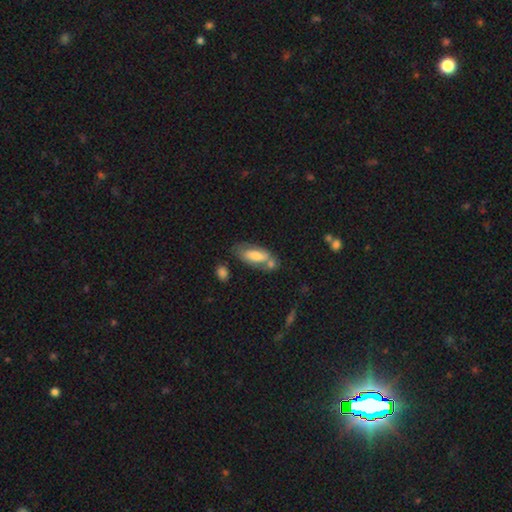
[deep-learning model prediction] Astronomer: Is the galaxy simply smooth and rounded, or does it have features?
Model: smooth — 66%.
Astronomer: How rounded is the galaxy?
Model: in between — 78%.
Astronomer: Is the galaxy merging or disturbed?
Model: none — 48%.